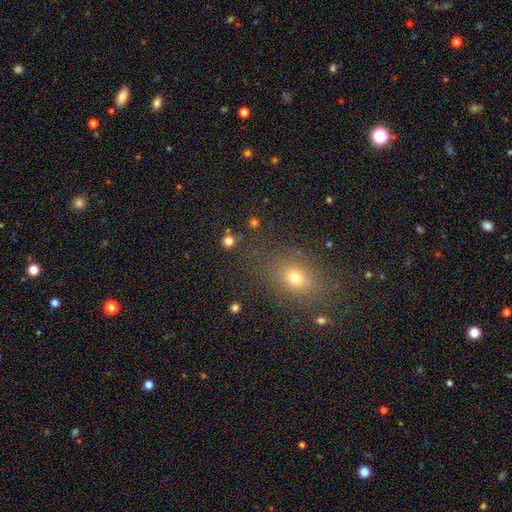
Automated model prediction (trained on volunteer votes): Smooth or featured? smooth (59%)
How rounded? in between (55%)
Merging? none (83%)